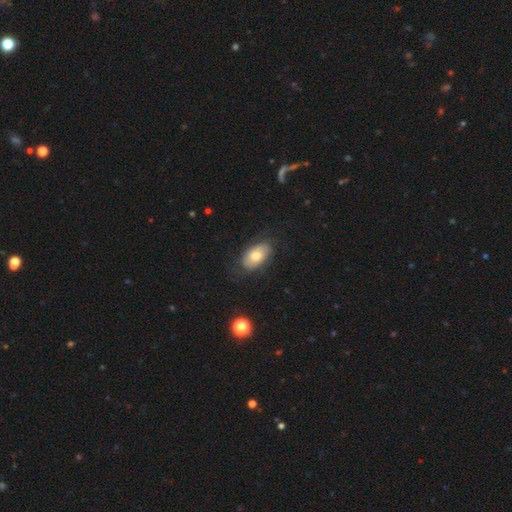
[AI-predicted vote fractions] Overall: smooth (62%; featured or disk 30%). How rounded: in between (92%). Merging: none (72%).